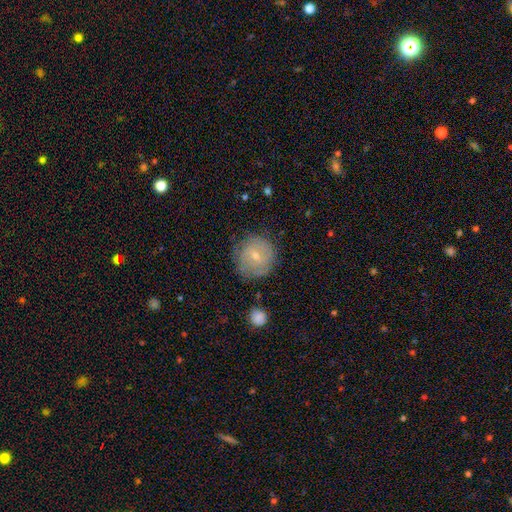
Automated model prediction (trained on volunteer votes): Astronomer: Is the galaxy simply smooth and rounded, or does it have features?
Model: smooth — 54% (runner-up: featured or disk, 38%).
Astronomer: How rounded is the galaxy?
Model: round — 92%.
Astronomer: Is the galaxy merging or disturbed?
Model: none — 76%.